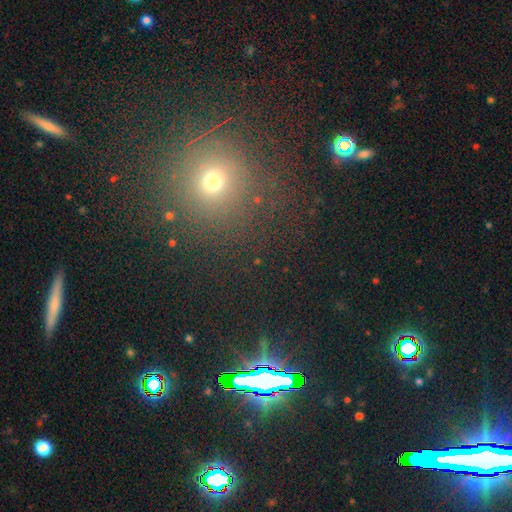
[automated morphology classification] This is possibly a star or artifact rather than a galaxy (49%).